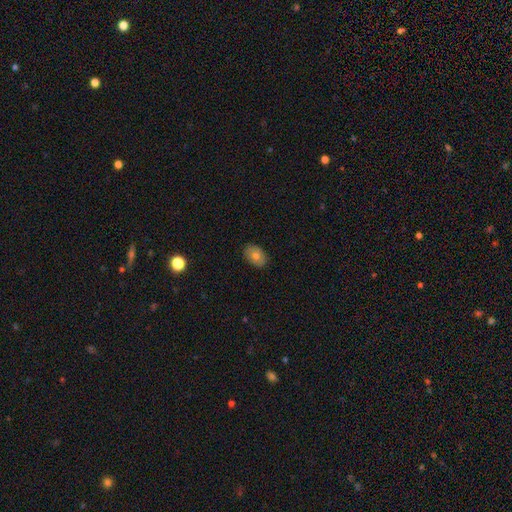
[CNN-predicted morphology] Overall: smooth (69%). How rounded: in between (78%). Merging: none (85%).